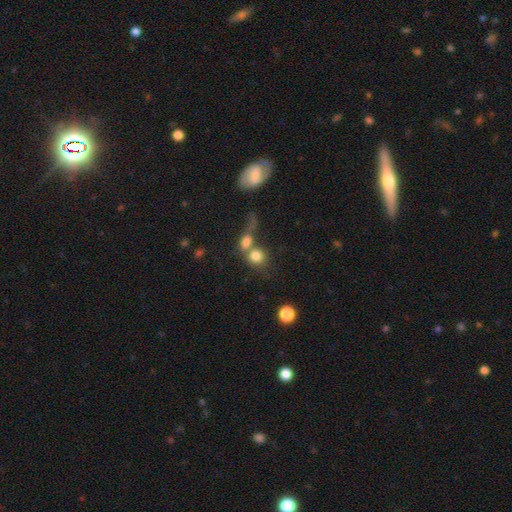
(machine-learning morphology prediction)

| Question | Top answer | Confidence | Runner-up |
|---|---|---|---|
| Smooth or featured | smooth | 79% | star or artifact (10%) |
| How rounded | round | 74% | in between (24%) |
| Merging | merger | 50% | none (34%) |